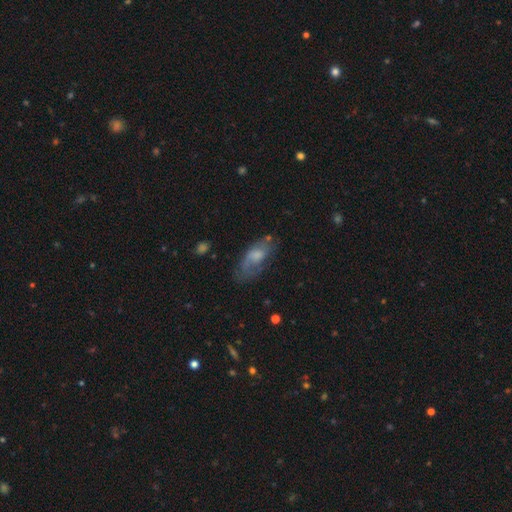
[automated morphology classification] Smooth or featured: smooth — 50% (featured or disk — 42%)
Merging: none — 49% (minor disturbance — 27%)